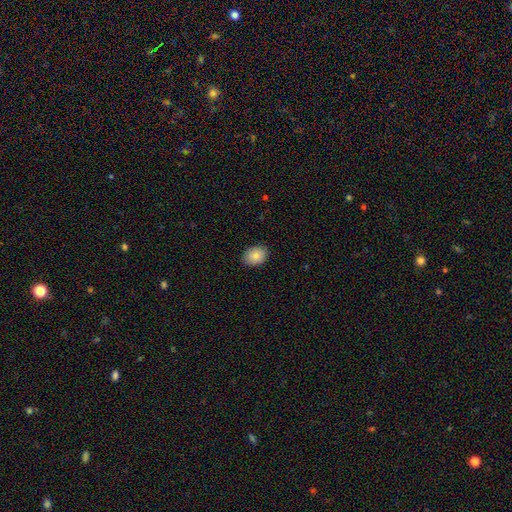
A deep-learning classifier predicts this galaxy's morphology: smooth 82%, featured or disk 9%, star or artifact 8%. Down the decision tree: how rounded — in between (69%); merging — none (88%).